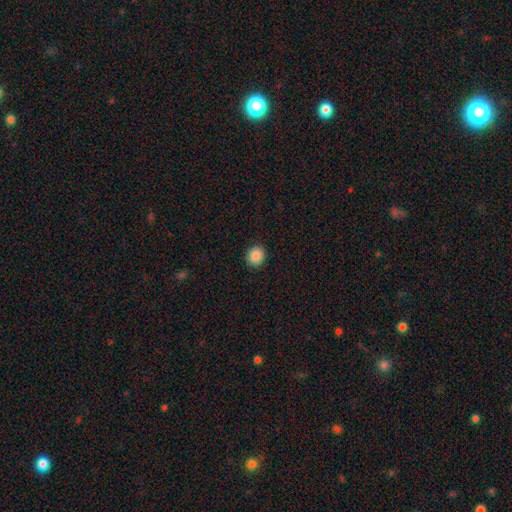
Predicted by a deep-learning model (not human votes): This is clearly a smooth galaxy (88%). How rounded: clearly round (80%). Merging: clearly none (91%).